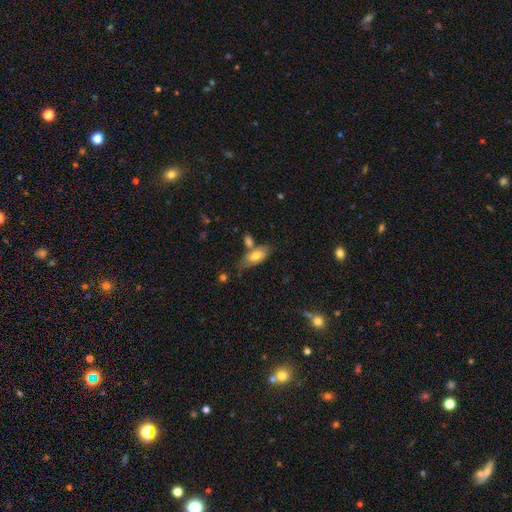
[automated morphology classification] Smooth or featured: smooth — 67% (featured or disk — 26%)
How rounded: in between — 84% (cigar-shaped — 13%)
Merging: none — 53% (merger — 22%)